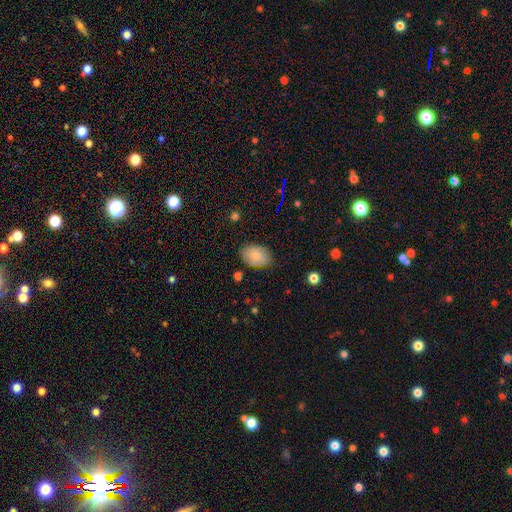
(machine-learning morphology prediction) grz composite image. It shows a smooth galaxy with no disk features (79%) that is in between round and cigar-shaped (86%). Merging: none (76%).